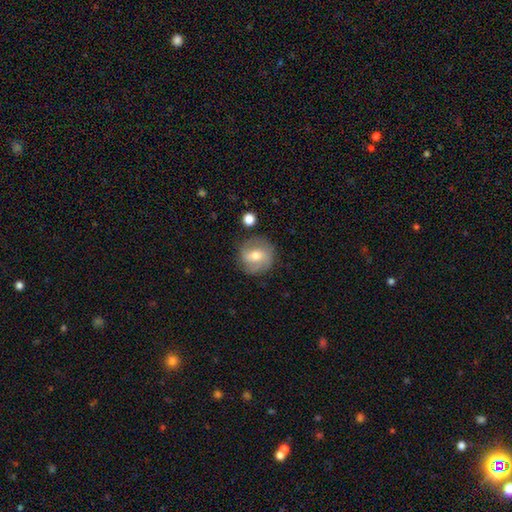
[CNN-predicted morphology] smooth-or-featured: smooth: 49% | featured or disk: 43% | star or artifact: 8%
  merging: none: 79% | minor disturbance: 13% | major disturbance: 5% | merger: 3%